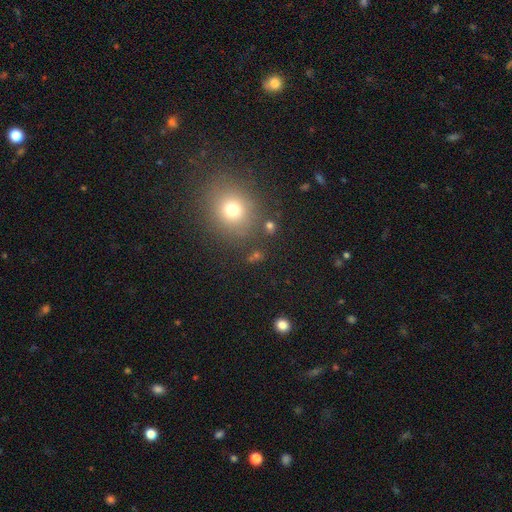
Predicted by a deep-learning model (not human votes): This is possibly a smooth galaxy (55%). How rounded: likely round (73%). Merging: clearly none (81%).